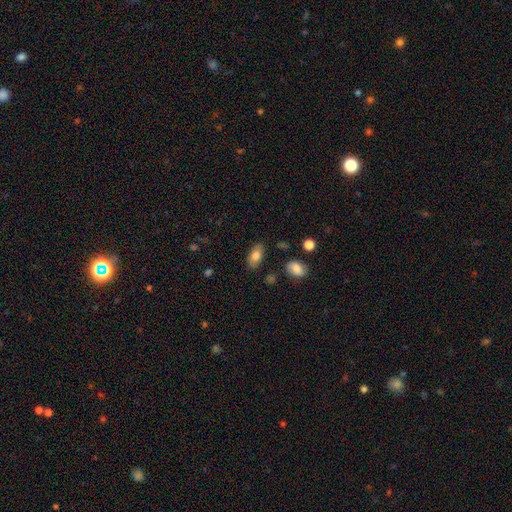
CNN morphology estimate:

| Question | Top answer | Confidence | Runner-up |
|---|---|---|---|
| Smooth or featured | smooth | 79% | featured or disk (13%) |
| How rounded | in between | 92% | round (4%) |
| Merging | none | 83% | minor disturbance (12%) |